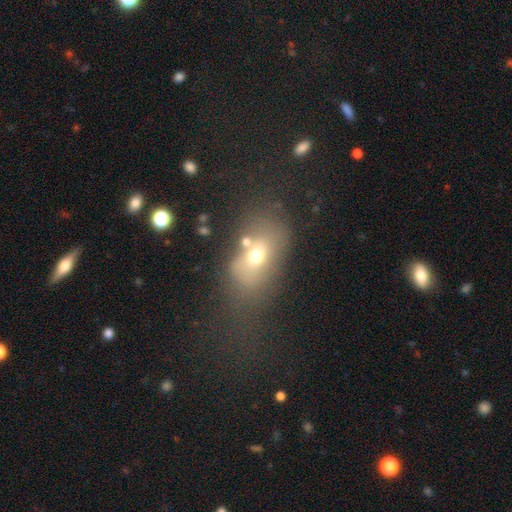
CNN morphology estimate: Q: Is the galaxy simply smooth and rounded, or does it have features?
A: smooth — 61%.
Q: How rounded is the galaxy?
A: in between — 74%.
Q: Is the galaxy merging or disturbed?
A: none — 39%.